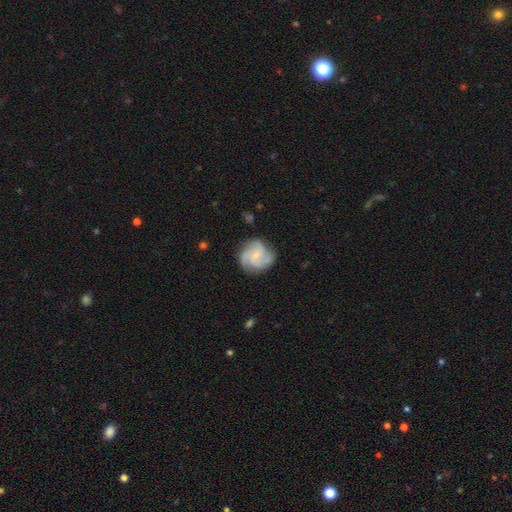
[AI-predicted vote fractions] Smooth or featured? Predicted: featured or disk (p=0.82). Edge-on disk? Predicted: no (p=0.98). Bar? Predicted: no (p=0.74). Spiral arms? Predicted: yes (p=0.97). Spiral winding? Predicted: medium (p=0.50). Spiral arm count? Predicted: 3 (p=0.65). Bulge size? Predicted: small (p=0.76). Merging? Predicted: none (p=0.76).